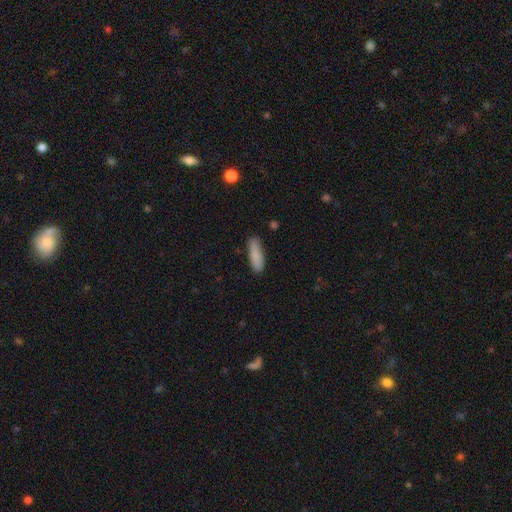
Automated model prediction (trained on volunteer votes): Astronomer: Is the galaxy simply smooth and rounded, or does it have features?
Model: smooth — 86%.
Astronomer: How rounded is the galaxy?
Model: cigar-shaped — 61% (runner-up: in between, 37%).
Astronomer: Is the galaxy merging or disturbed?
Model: none — 80%.